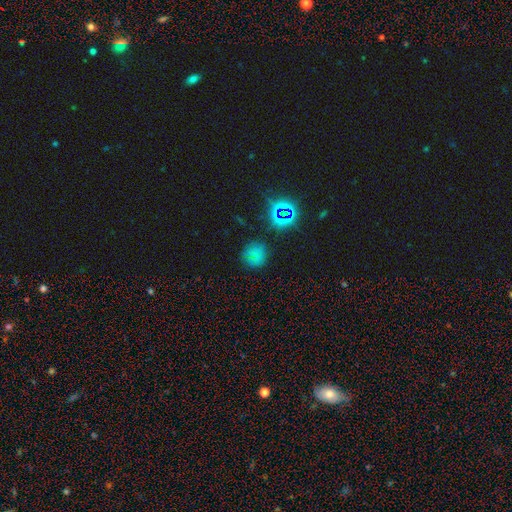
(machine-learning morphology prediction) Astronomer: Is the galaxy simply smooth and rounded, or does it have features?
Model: smooth — 60%.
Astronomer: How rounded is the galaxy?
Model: round — 88%.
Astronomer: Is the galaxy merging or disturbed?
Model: none — 79%.